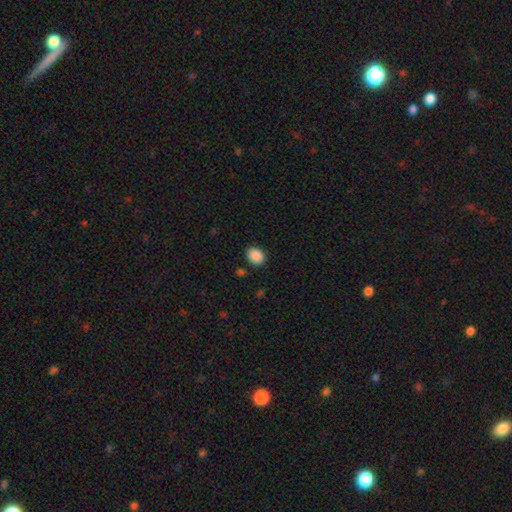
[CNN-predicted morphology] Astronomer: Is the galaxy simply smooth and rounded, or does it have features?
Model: smooth — 89%.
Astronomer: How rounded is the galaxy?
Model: in between — 50% (runner-up: round, 49%).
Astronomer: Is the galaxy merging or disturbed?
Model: none — 86%.